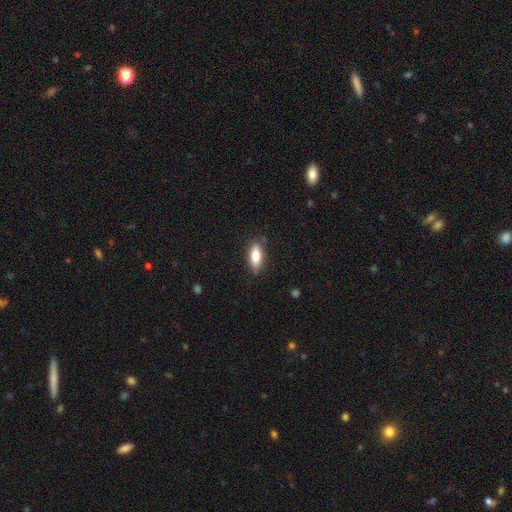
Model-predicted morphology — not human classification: smooth-or-featured: smooth: 80% | featured or disk: 14% | star or artifact: 7%
  how-rounded: in between: 76% | cigar-shaped: 21% | round: 2%
  merging: none: 81% | minor disturbance: 14% | major disturbance: 3% | merger: 1%